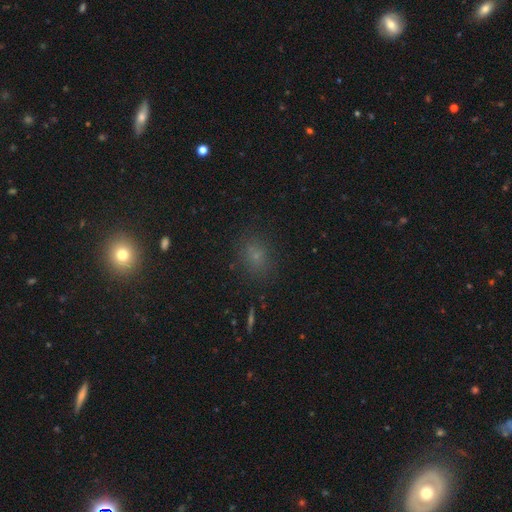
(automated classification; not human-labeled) Smooth or featured?
  - smooth: 66% *
  - star or artifact: 26%
  - featured or disk: 9%
How rounded?
  - round: 51% *
  - in between: 47%
  - cigar-shaped: 2%
Merging?
  - none: 82% *
  - minor disturbance: 12%
  - major disturbance: 4%
  - merger: 2%